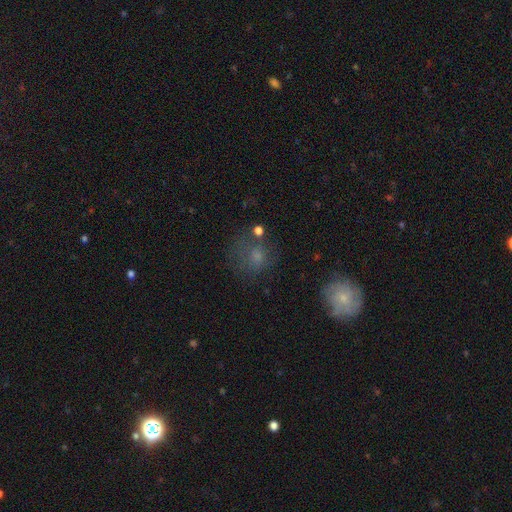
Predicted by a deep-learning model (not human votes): Smooth or featured? Predicted: smooth (p=0.61). How rounded? Predicted: round (p=0.77). Merging? Predicted: none (p=0.55).